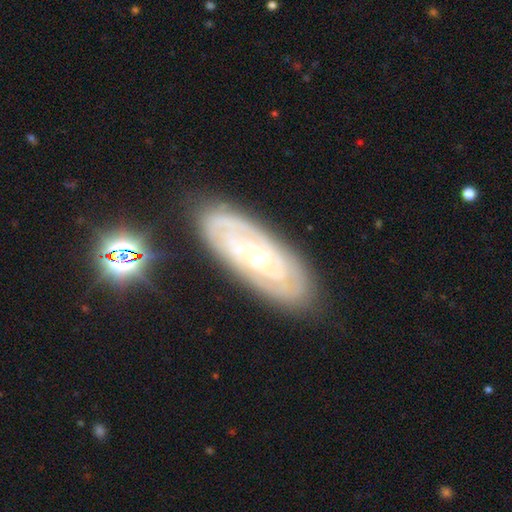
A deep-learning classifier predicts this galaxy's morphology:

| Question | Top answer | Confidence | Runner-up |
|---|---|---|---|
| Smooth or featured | featured or disk | 82% | smooth (12%) |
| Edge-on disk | no | 90% | yes (10%) |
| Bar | no | 72% | weak (21%) |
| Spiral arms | yes | 90% | no (10%) |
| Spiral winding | tight | 79% | medium (17%) |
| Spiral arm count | can't tell | 47% | 2 (24%) |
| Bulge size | small | 67% | moderate (30%) |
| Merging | none | 83% | minor disturbance (13%) |